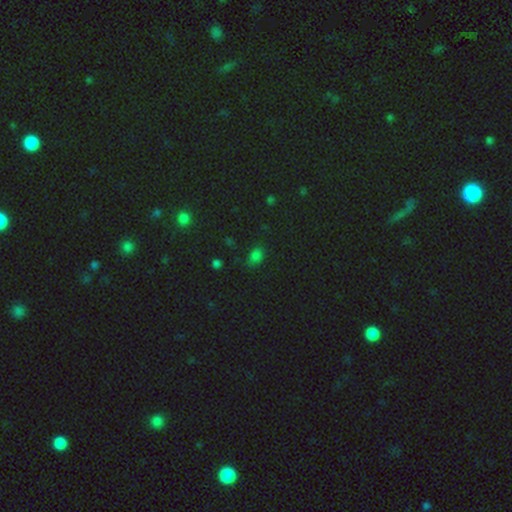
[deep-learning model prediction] Morphology: type=smooth (67%); roundness=in between (77%); merging=none (74%).